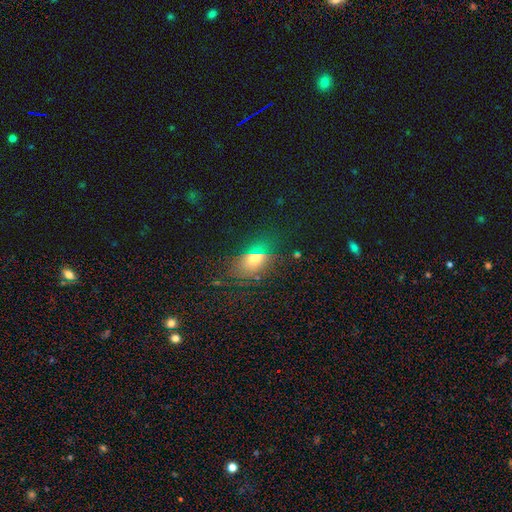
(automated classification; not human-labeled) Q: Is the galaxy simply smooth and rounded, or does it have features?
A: smooth — 64%.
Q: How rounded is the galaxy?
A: in between — 72%.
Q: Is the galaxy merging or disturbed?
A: none — 77%.